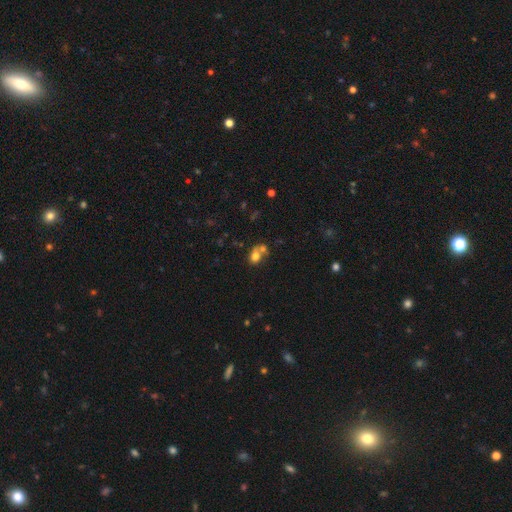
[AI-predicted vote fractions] Smooth or featured? smooth (72%)
How rounded? round (53%)
Merging? merger (56%)